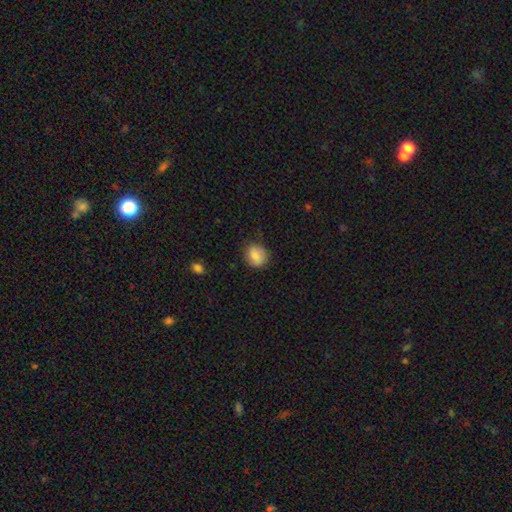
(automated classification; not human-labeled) Morphology: type=smooth (84%); roundness=round (72%); merging=none (75%).